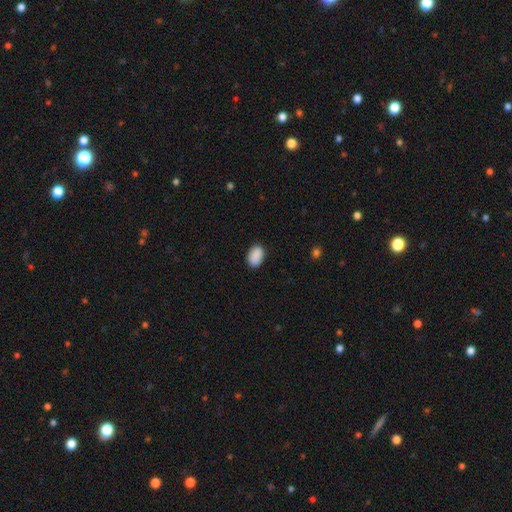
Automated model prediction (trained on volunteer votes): Smooth or featured?
  - smooth: 90% *
  - star or artifact: 7%
  - featured or disk: 3%
How rounded?
  - in between: 86% *
  - round: 13%
  - cigar-shaped: 1%
Merging?
  - none: 87% *
  - minor disturbance: 10%
  - major disturbance: 2%
  - merger: 1%